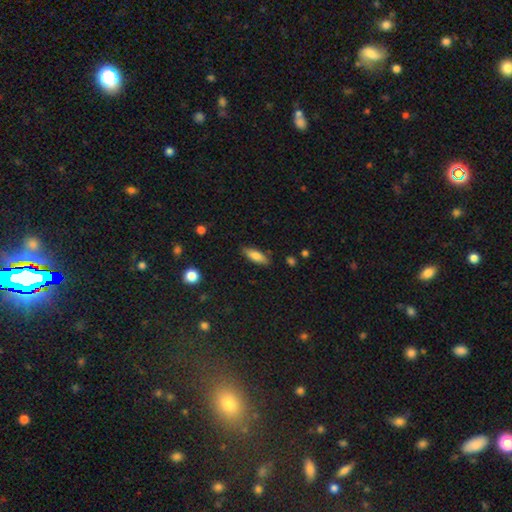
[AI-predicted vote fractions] Morphology: type=smooth (78%); roundness=in between (63%); merging=none (84%).